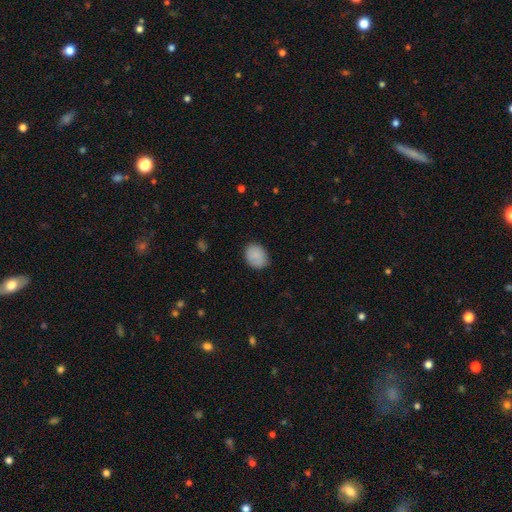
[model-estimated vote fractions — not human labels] Smooth or featured?
  - smooth: 86% *
  - featured or disk: 7%
  - star or artifact: 7%
How rounded?
  - in between: 56% *
  - round: 43%
  - cigar-shaped: 1%
Merging?
  - none: 84% *
  - minor disturbance: 12%
  - major disturbance: 3%
  - merger: 1%